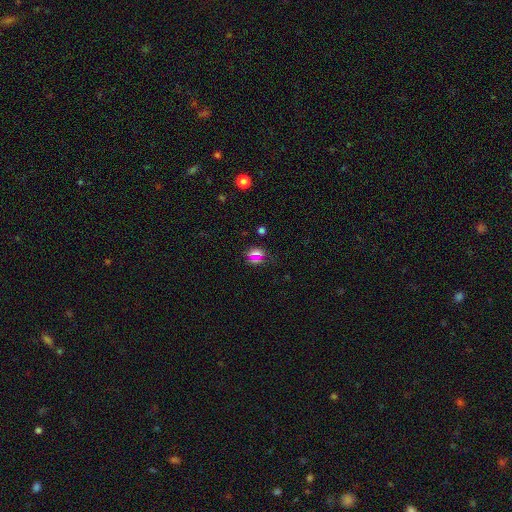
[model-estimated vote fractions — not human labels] Smooth or featured: smooth — 51% (star or artifact — 37%)
How rounded: round — 55% (in between — 38%)
Merging: none — 69% (minor disturbance — 15%)